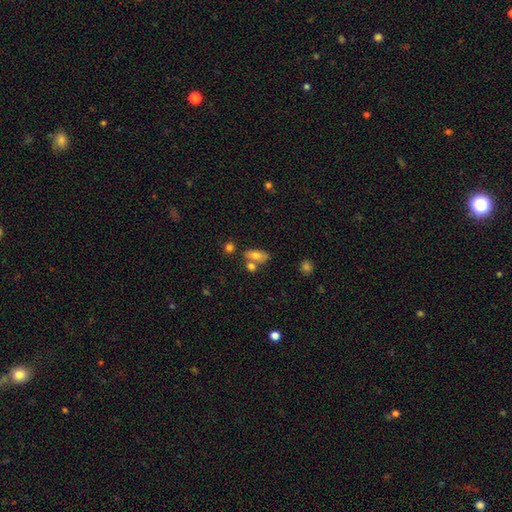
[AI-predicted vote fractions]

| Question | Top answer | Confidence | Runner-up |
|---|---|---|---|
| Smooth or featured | smooth | 70% | featured or disk (21%) |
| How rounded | in between | 80% | cigar-shaped (14%) |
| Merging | none | 56% | merger (26%) |